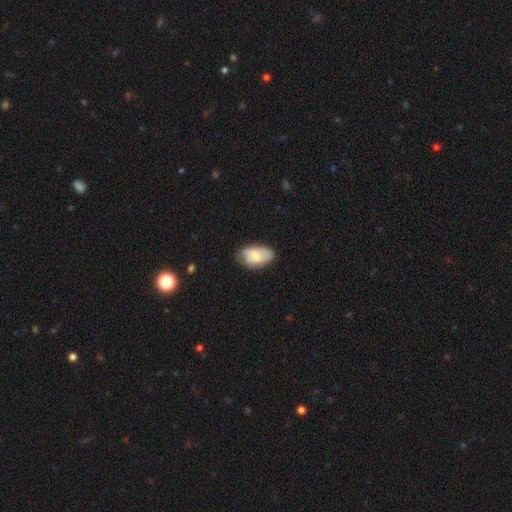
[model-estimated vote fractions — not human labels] smooth-or-featured: smooth: 79% | featured or disk: 14% | star or artifact: 6%
  how-rounded: in between: 94% | round: 5% | cigar-shaped: 2%
  merging: none: 70% | minor disturbance: 25% | major disturbance: 4% | merger: 1%